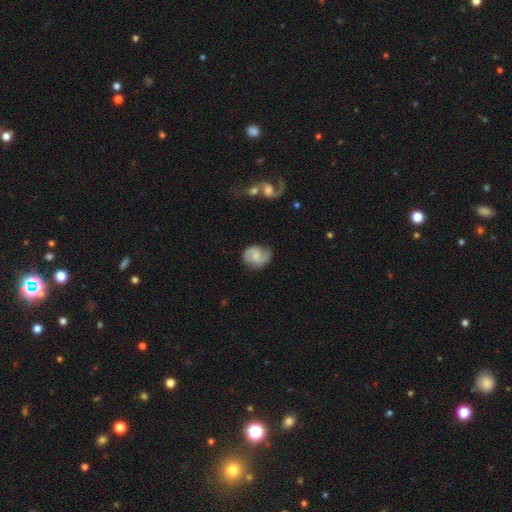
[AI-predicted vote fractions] Q: Smooth or featured?
A: featured or disk (67%); runner-up: smooth (26%)
Q: Edge-on disk?
A: no (98%); runner-up: yes (2%)
Q: Bar?
A: weak (47%); runner-up: no (44%)
Q: Spiral arms?
A: yes (94%); runner-up: no (6%)
Q: Spiral winding?
A: medium (49%); runner-up: loose (29%)
Q: Spiral arm count?
A: 2 (86%); runner-up: can't tell (6%)
Q: Bulge size?
A: small (43%); runner-up: moderate (38%)
Q: Merging?
A: none (75%); runner-up: minor disturbance (17%)